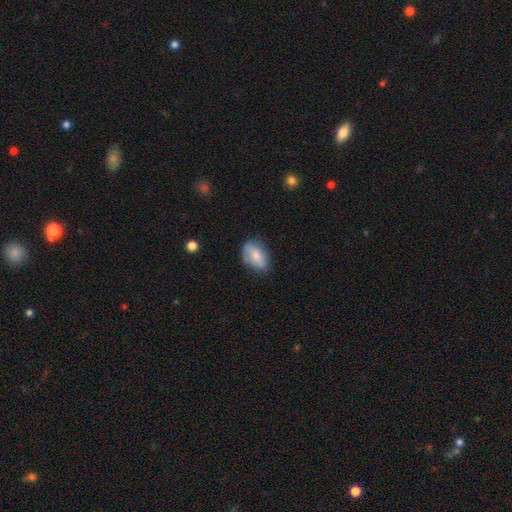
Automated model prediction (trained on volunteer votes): smooth-or-featured: smooth: 76% | featured or disk: 17% | star or artifact: 7%
  how-rounded: in between: 88% | round: 10% | cigar-shaped: 2%
  merging: none: 69% | minor disturbance: 24% | major disturbance: 6% | merger: 2%